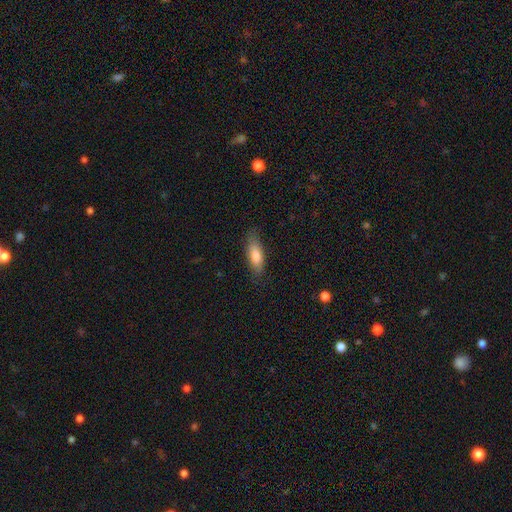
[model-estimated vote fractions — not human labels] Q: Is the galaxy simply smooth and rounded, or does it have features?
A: smooth — 78%.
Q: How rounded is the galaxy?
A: in between — 57%.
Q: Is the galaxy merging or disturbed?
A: none — 80%.